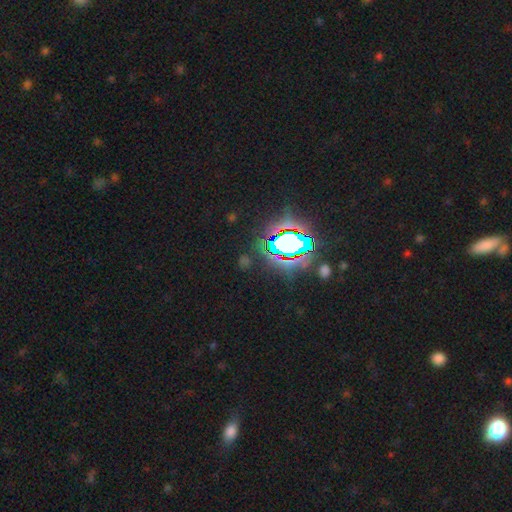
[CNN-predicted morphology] Smooth or featured?
  - star or artifact: 82% *
  - smooth: 11%
  - featured or disk: 7%